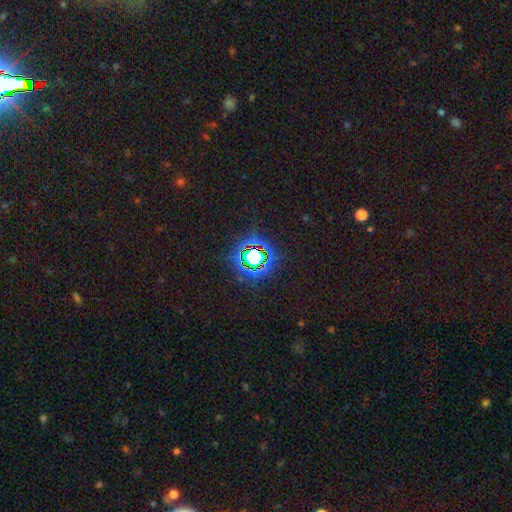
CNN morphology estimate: smooth_or_featured: star or artifact (p=0.79) [alt: smooth p=0.13]